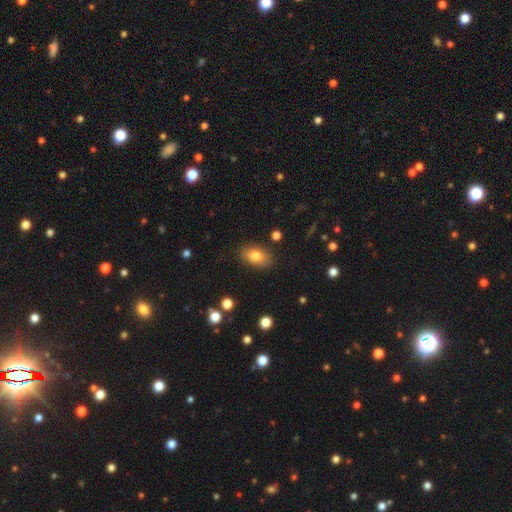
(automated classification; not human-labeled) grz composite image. It shows a smooth galaxy with no disk features (79%) that is in between round and cigar-shaped (88%). Merging: none (84%).